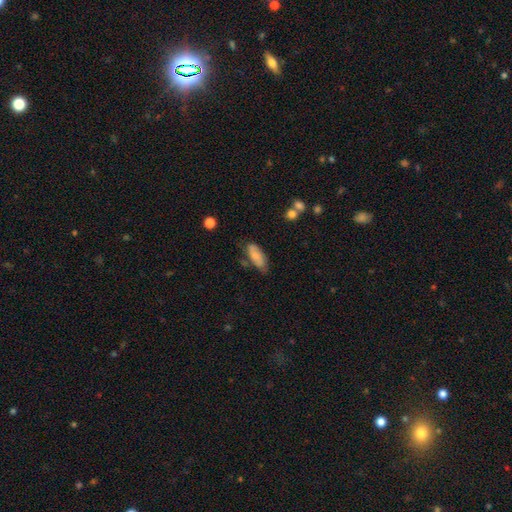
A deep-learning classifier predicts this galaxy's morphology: smooth 68%, featured or disk 25%, star or artifact 7%. Down the decision tree: how rounded — in between (79%); merging — none (59%).